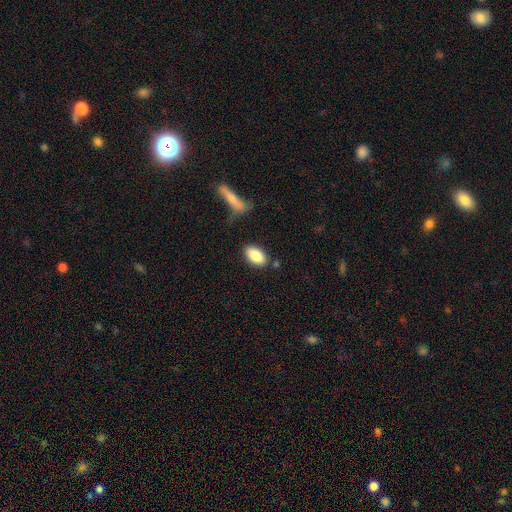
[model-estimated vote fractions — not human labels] smooth_or_featured: smooth (p=0.85) [alt: featured or disk p=0.08]
how_rounded: in between (p=0.92) [alt: round p=0.05]
merging: none (p=0.81) [alt: minor disturbance p=0.11]